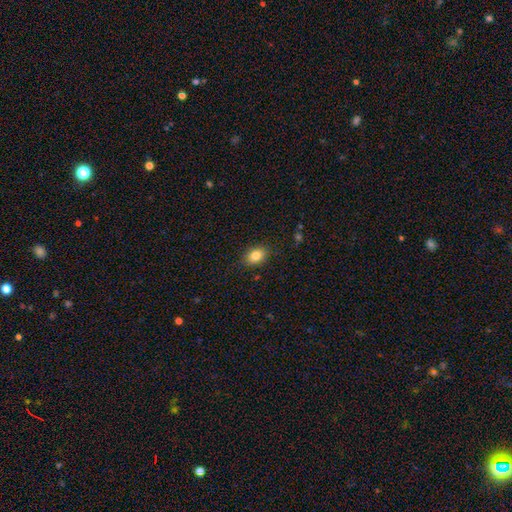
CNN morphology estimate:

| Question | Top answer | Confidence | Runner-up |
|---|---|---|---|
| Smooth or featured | smooth | 83% | star or artifact (9%) |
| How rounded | in between | 74% | round (25%) |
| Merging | none | 86% | minor disturbance (10%) |